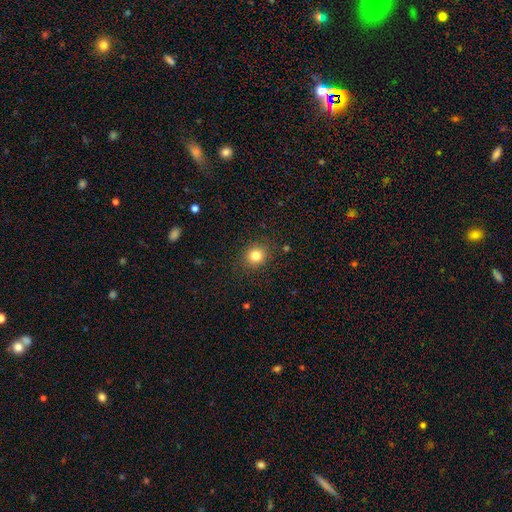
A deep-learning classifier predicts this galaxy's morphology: smooth-or-featured: smooth: 83% | star or artifact: 12% | featured or disk: 6%
  how-rounded: round: 77% | in between: 22% | cigar-shaped: 1%
  merging: none: 87% | minor disturbance: 9% | major disturbance: 3% | merger: 1%